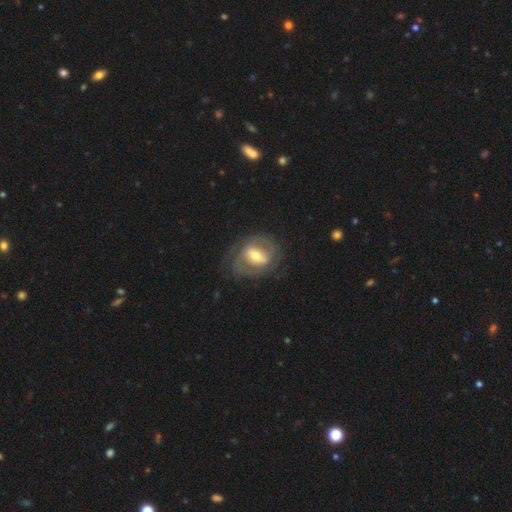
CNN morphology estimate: type=featured or disk (75%); edge-on=no (96%); bar=strong (41%); spiral arms=yes (80%); winding=tight (45%); arm count=2 (62%); bulge=moderate (63%); merging=none (66%).